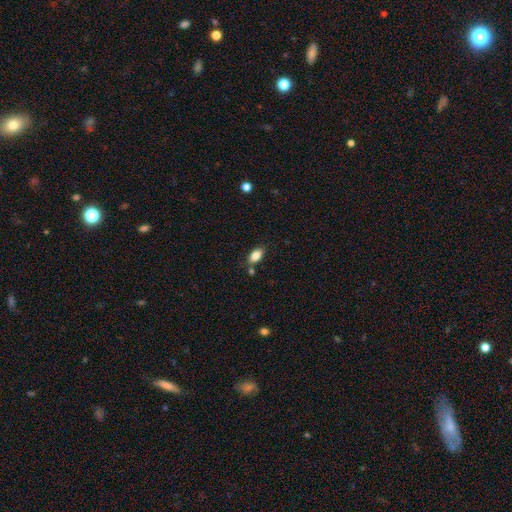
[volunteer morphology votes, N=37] Smooth or featured? smooth (92%)
How rounded? in between (94%)
Merging? none (73%)